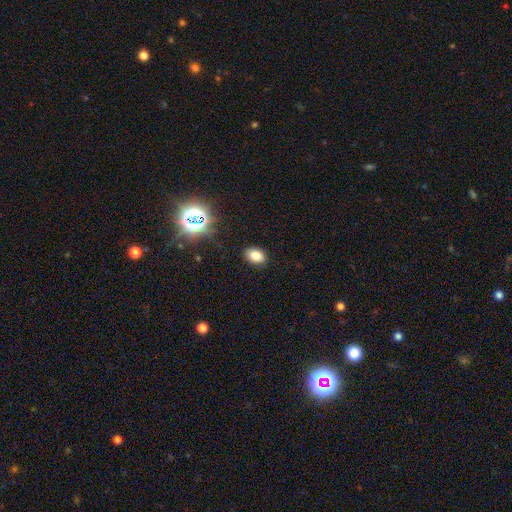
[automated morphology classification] The model was most divided on "smooth or featured": smooth: 80%, star or artifact: 15%, featured or disk: 6%. More confident: merging — none (86%); how rounded — in between (82%).